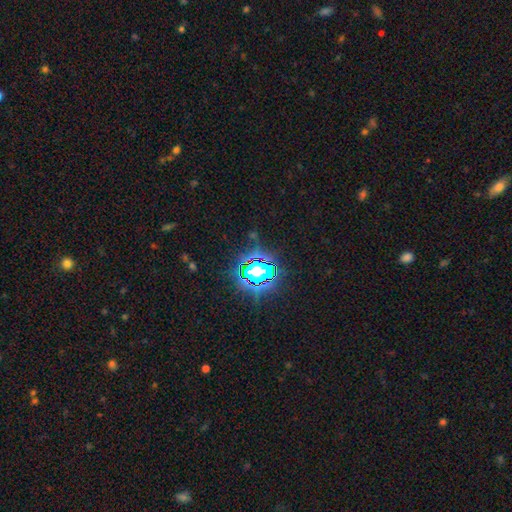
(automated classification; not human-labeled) A star or artifact, not a galaxy (76%).

Vote fractions:
- Smooth or featured? star or artifact: 76% / smooth: 15% / featured or disk: 9%